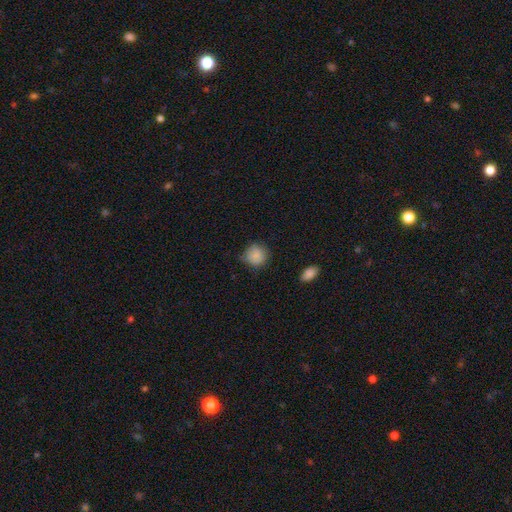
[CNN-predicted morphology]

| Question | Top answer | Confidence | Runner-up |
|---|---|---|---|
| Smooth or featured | smooth | 87% | star or artifact (9%) |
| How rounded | round | 87% | in between (12%) |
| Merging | none | 73% | minor disturbance (21%) |